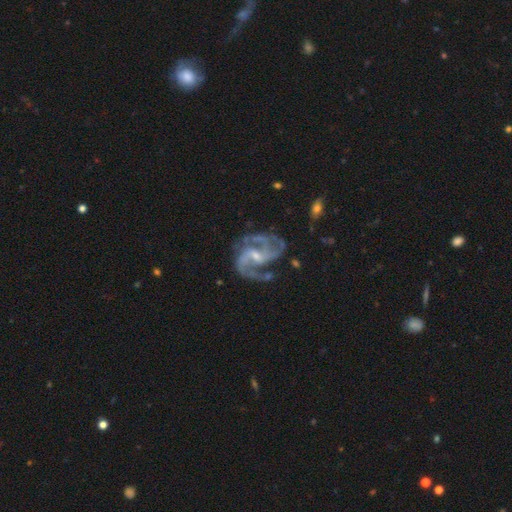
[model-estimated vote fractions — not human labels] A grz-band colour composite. It shows a featured or disk galaxy (92%) with a weak bar (49%), 2 (46%) medium (58%) spiral arms (98%) and a small central bulge (60%). Merging: none (60%).